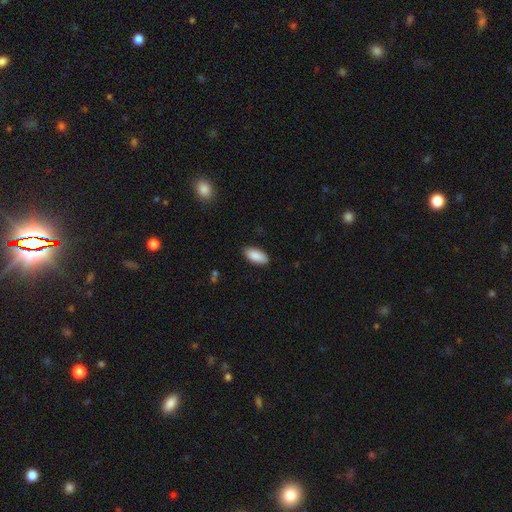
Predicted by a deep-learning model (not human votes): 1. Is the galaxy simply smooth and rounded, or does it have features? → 89% smooth, 6% star or artifact, 5% featured or disk.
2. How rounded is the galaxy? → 90% in between, 8% cigar-shaped, 2% round.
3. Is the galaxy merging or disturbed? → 87% none, 10% minor disturbance, 2% major disturbance, 1% merger.